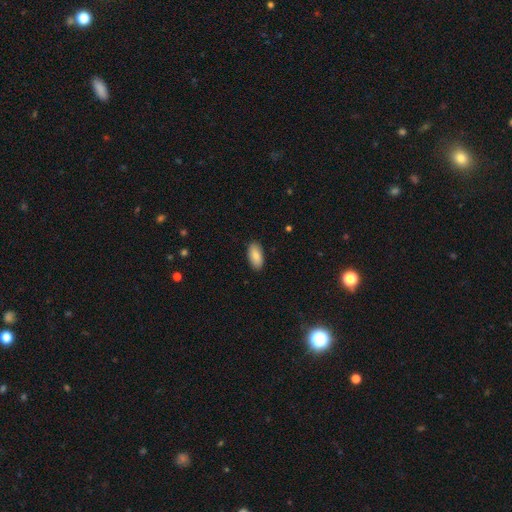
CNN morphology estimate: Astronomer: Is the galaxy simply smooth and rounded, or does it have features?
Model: smooth — 85%.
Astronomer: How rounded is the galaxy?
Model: in between — 92%.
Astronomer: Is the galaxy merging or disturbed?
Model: none — 88%.